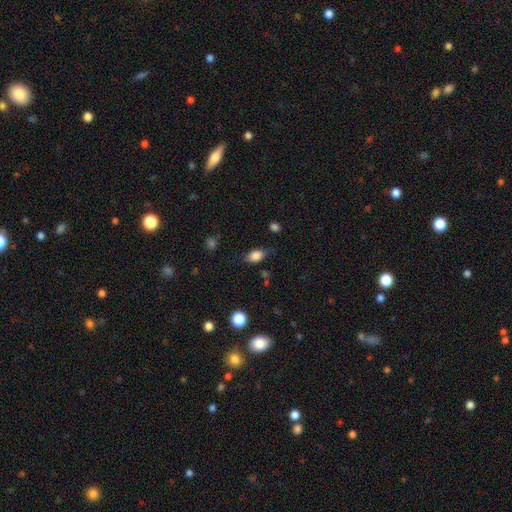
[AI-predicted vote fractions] smooth-or-featured: smooth: 81% | featured or disk: 10% | star or artifact: 9%
  how-rounded: in between: 83% | round: 14% | cigar-shaped: 3%
  merging: none: 71% | minor disturbance: 21% | major disturbance: 6% | merger: 2%